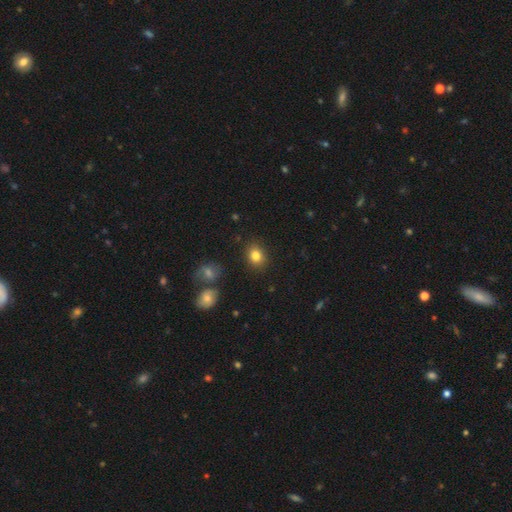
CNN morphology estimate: This is clearly a smooth galaxy (83%). How rounded: possibly round (57%). Merging: clearly none (87%).